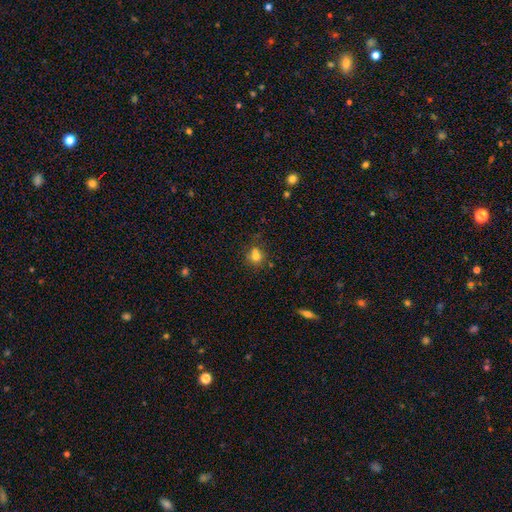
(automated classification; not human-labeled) Morphology: type=smooth (73%); roundness=round (79%); merging=none (52%).